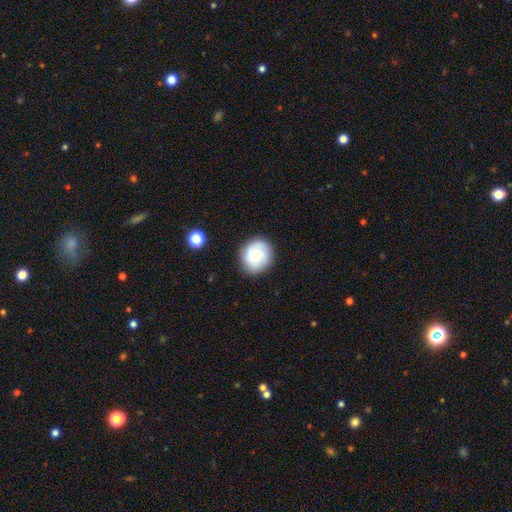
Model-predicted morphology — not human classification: This appears to be a smooth galaxy with no disk features (53%) that is round (82%). Merging: none (84%).